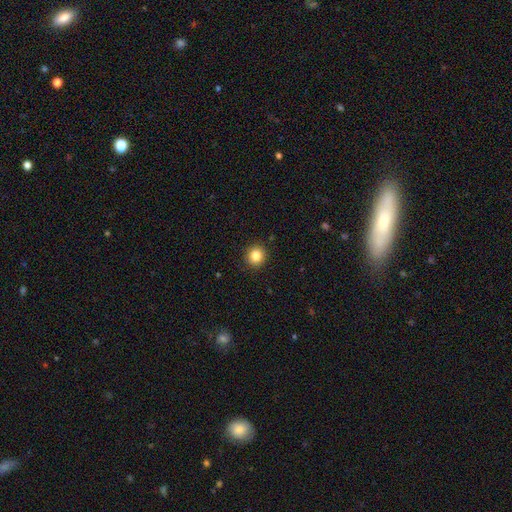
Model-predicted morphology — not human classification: type=smooth (85%); roundness=round (90%); merging=none (91%).